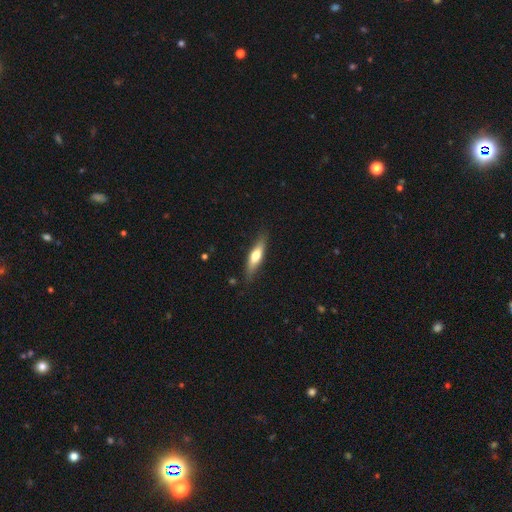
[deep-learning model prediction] Smooth or featured?
  - smooth: 56% *
  - featured or disk: 38%
  - star or artifact: 6%
How rounded?
  - cigar-shaped: 67% *
  - in between: 31%
  - round: 2%
Merging?
  - none: 82% *
  - minor disturbance: 14%
  - major disturbance: 3%
  - merger: 1%